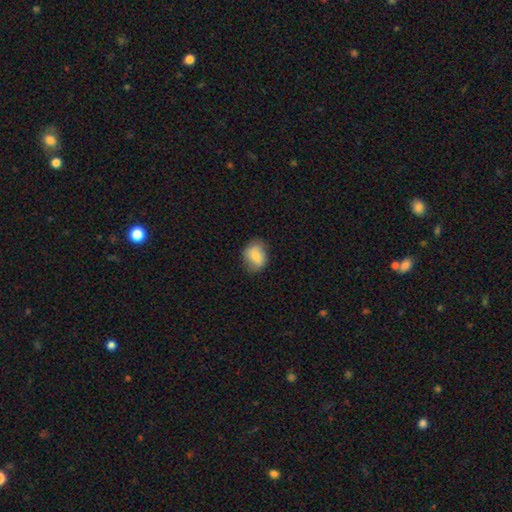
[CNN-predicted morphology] smooth 78%, featured or disk 14%, star or artifact 7%. Down the decision tree: how rounded — in between (54%); merging — none (75%).